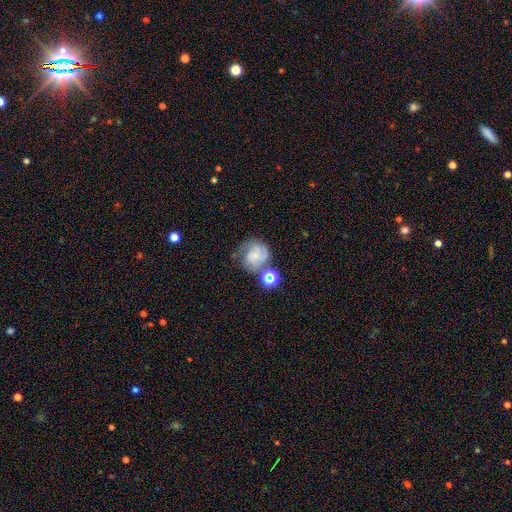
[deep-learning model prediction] featured or disk 49%, smooth 37%, star or artifact 14%. Down the decision tree: merging — none (46%).